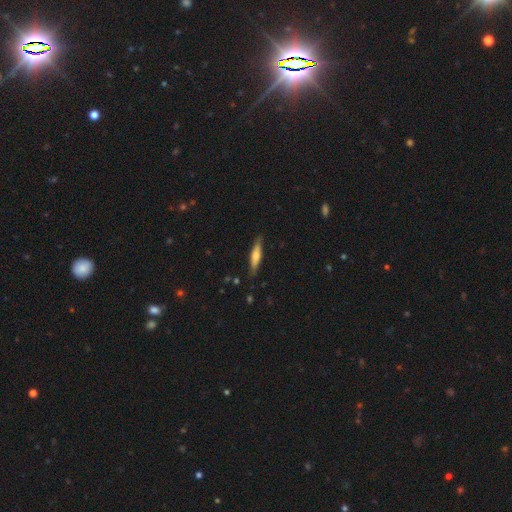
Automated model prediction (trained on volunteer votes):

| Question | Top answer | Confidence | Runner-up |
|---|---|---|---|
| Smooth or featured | smooth | 48% | featured or disk (46%) |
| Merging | none | 85% | minor disturbance (12%) |